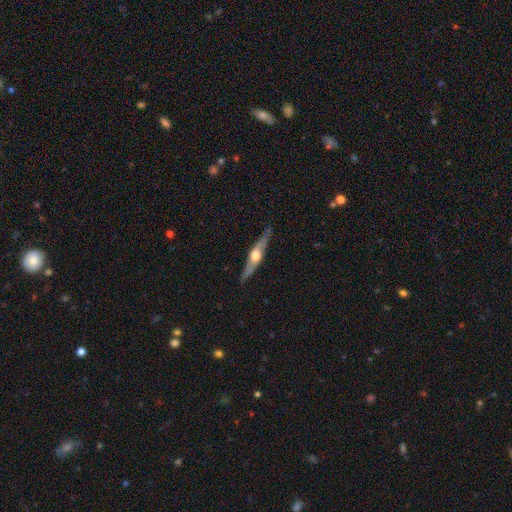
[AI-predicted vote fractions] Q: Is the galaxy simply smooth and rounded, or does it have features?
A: featured or disk — 72%.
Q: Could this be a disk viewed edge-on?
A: yes — 96%.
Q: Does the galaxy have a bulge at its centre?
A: rounded — 94%.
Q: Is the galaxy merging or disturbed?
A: none — 86%.